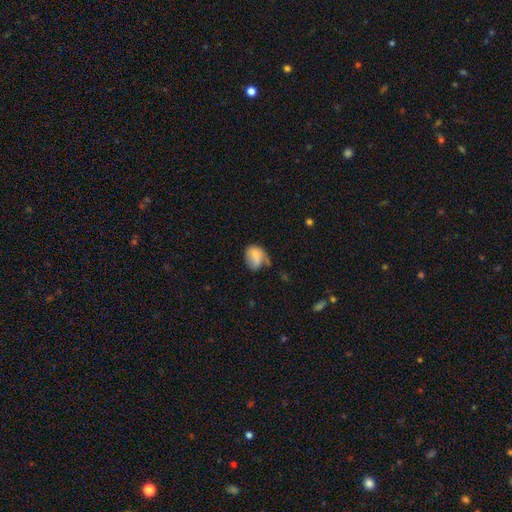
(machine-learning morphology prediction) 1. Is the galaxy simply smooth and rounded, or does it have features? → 75% smooth, 16% featured or disk, 8% star or artifact.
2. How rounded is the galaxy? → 56% in between, 43% round, 1% cigar-shaped.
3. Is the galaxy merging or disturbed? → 38% none, 36% minor disturbance, 20% major disturbance, 6% merger.